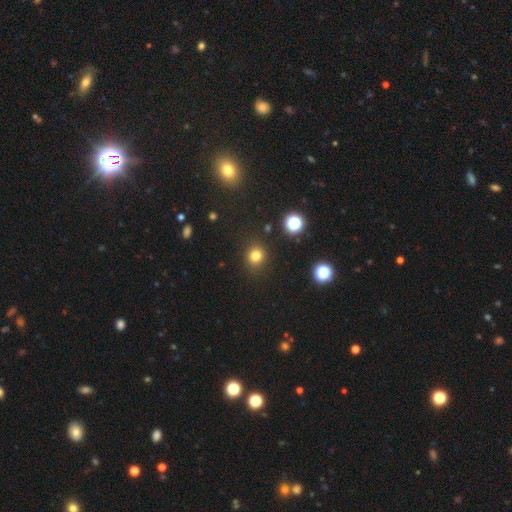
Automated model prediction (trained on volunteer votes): Smooth or featured? smooth (78%)
How rounded? round (87%)
Merging? none (88%)